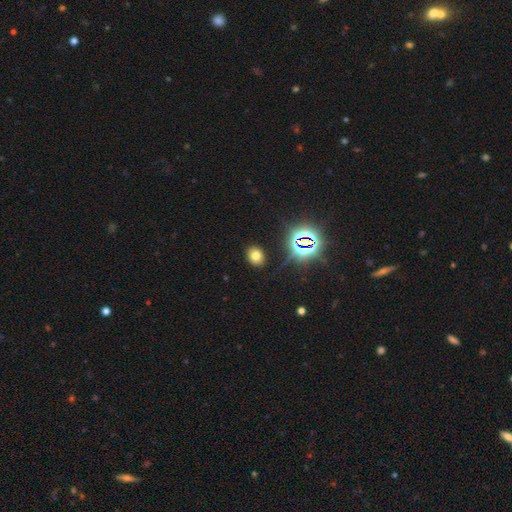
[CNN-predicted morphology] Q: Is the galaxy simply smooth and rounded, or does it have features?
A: smooth — 68%.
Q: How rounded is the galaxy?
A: round — 51%.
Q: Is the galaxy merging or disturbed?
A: none — 87%.